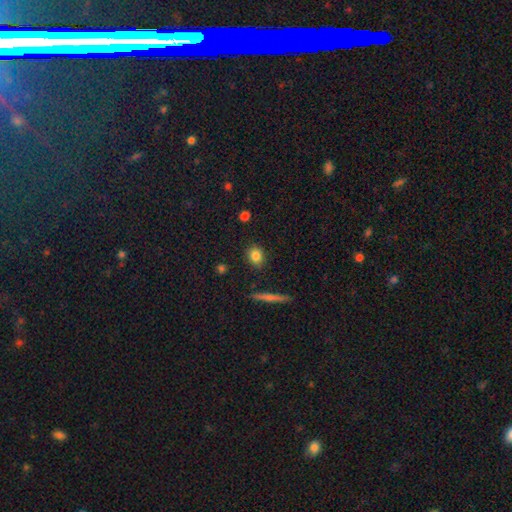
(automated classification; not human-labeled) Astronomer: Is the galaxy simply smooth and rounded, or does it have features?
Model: smooth — 82%.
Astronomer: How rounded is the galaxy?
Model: round — 59% (runner-up: in between, 38%).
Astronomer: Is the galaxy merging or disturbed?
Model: none — 88%.